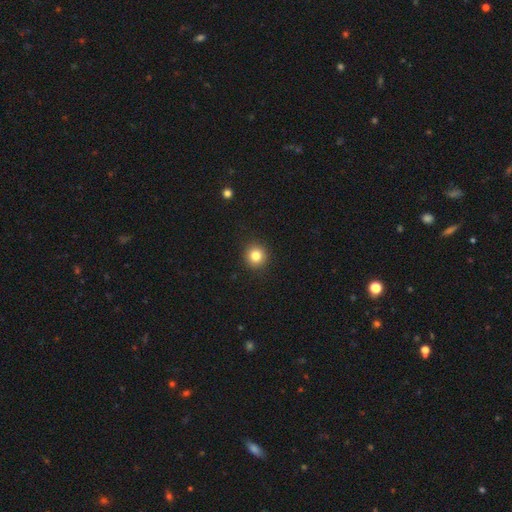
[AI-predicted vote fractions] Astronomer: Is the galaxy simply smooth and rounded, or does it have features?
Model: smooth — 82%.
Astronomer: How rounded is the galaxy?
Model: round — 93%.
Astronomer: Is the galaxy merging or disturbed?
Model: none — 92%.